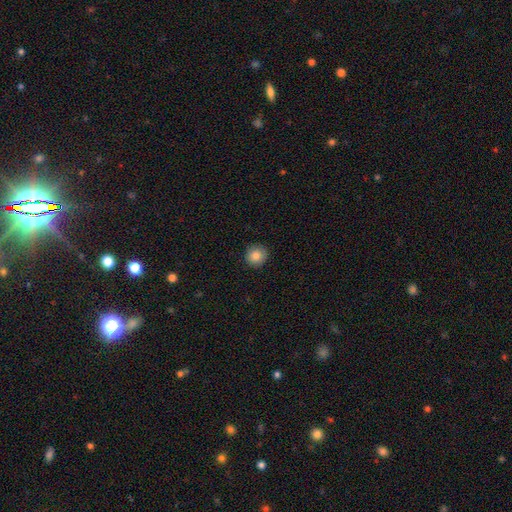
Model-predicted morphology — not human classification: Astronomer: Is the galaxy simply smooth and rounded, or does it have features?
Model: smooth — 85%.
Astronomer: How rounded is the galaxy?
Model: round — 92%.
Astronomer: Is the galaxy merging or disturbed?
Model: none — 91%.